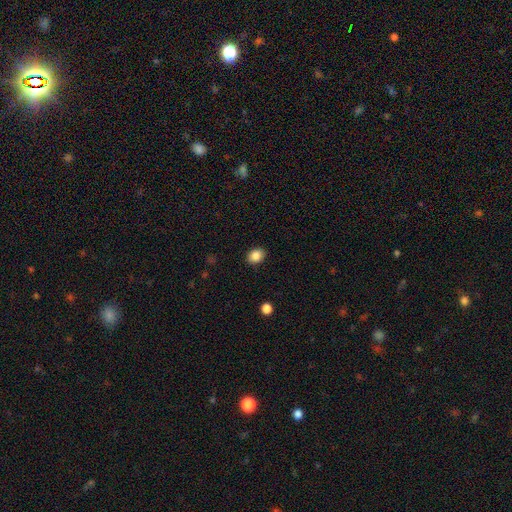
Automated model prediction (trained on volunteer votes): Smooth or featured? smooth (86%)
How rounded? in between (55%)
Merging? none (89%)